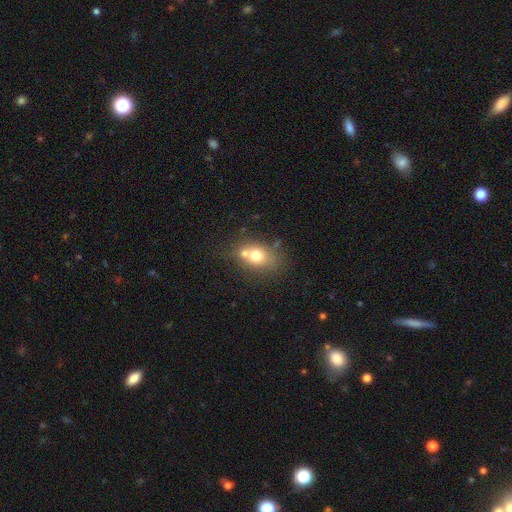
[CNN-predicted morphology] type=smooth (68%); roundness=in between (55%); merging=none (42%).